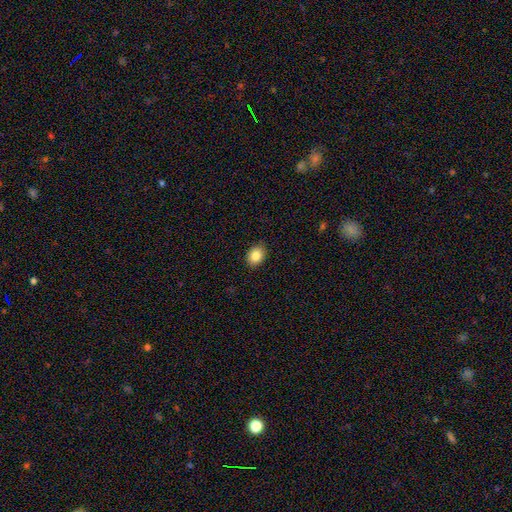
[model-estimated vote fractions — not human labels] The model was most divided on "how rounded": in between: 60%, round: 39%, cigar-shaped: 1%. More confident: merging — none (89%); smooth or featured — smooth (85%).